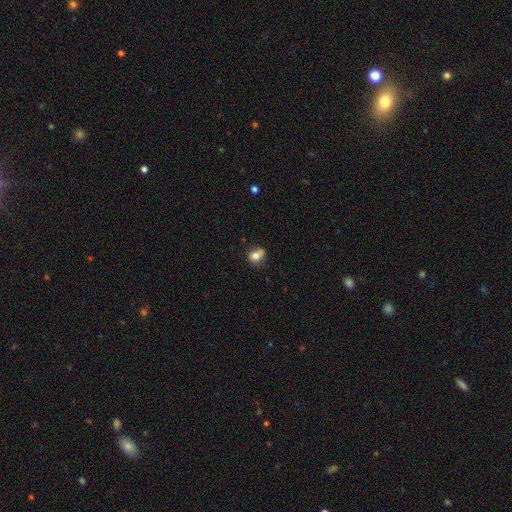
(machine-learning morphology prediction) Smooth or featured? smooth (78%)
How rounded? round (50%)
Merging? none (52%)